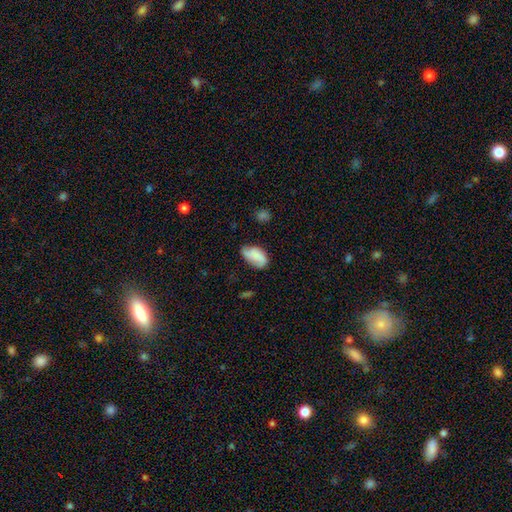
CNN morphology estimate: smooth_or_featured: smooth (p=0.75) [alt: featured or disk p=0.17]
how_rounded: in between (p=0.93) [alt: round p=0.05]
merging: none (p=0.52) [alt: minor disturbance p=0.35]